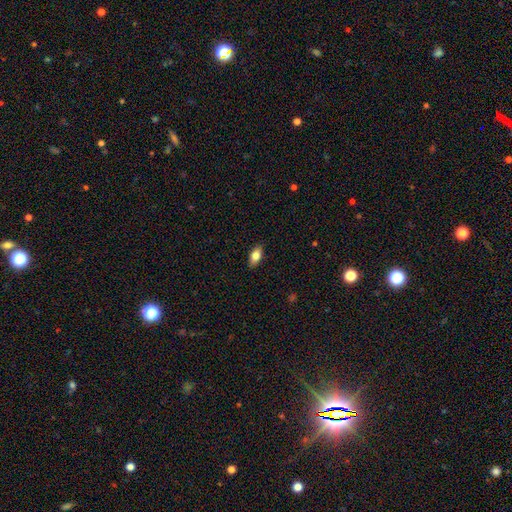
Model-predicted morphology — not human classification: This is clearly a smooth galaxy (80%). How rounded: clearly in between (89%). Merging: clearly none (88%).